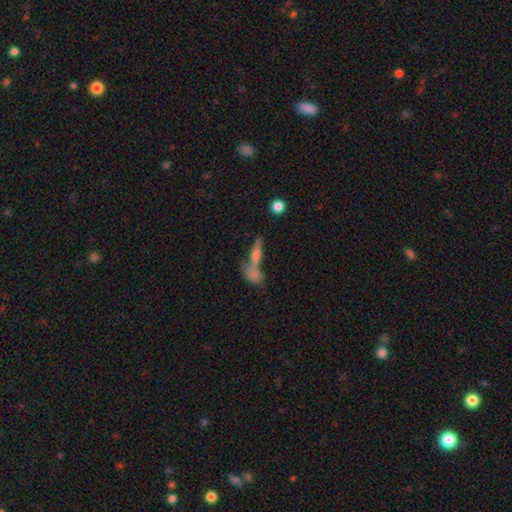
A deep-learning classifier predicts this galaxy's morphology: Q: Smooth or featured?
A: smooth (44%); tied with: featured or disk (44%)
Q: Merging?
A: none (47%); runner-up: merger (37%)